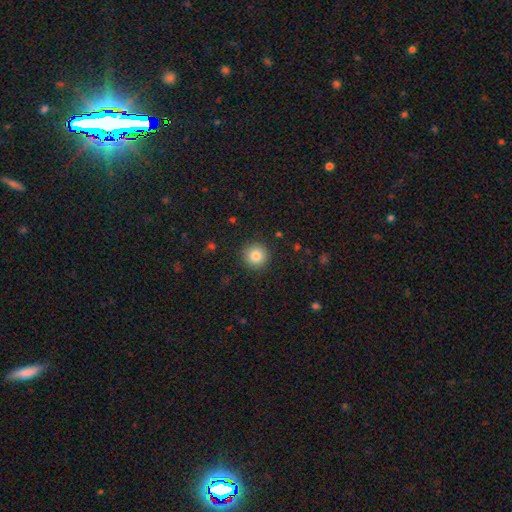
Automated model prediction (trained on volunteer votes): This appears to be a smooth galaxy with no disk features (84%) that is round (95%). Merging: none (91%).